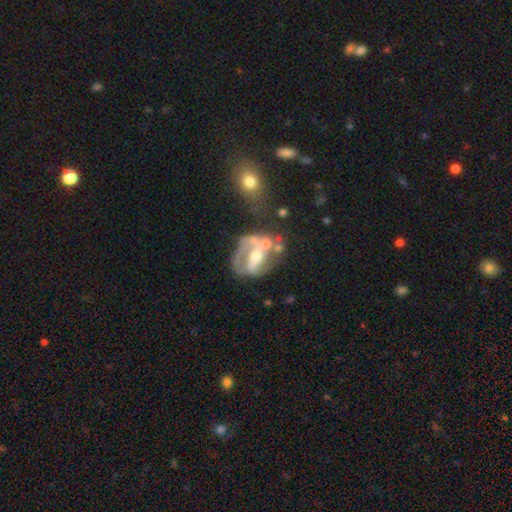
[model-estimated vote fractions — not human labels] Overall: featured or disk (75%). Edge-on disk: no (97%). Bar: no (37%; weak 34%). Spiral arms: yes (69%; no 31%). Spiral arm count: 2 (55%; 1 20%). Spiral winding: medium (44%; tight 30%). Bulge size: moderate (52%; small 36%). Merging: none (36%; major disturbance 23%).